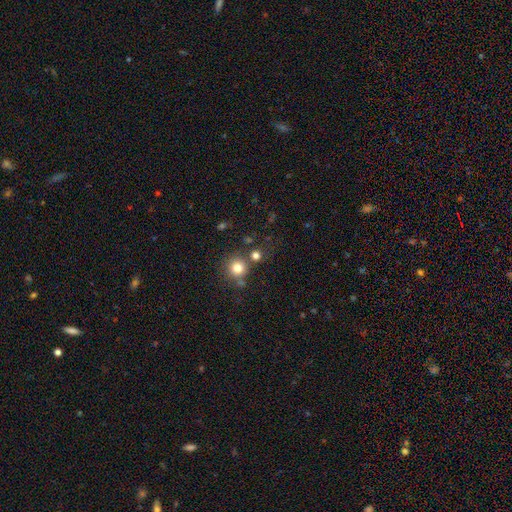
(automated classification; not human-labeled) Morphology: type=smooth (77%); roundness=round (91%); merging=none (73%).